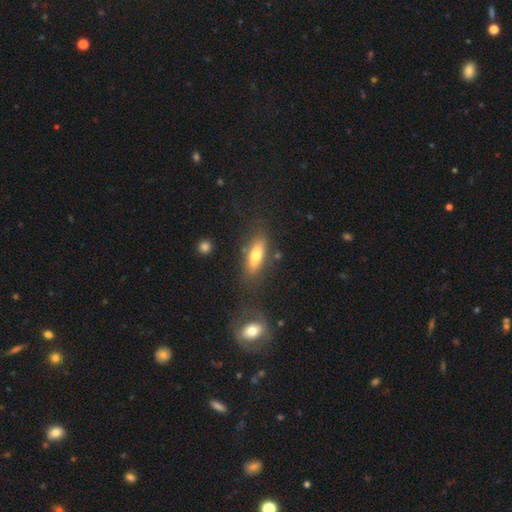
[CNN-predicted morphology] Q: Smooth or featured?
A: smooth (67%); runner-up: featured or disk (26%)
Q: How rounded?
A: in between (59%); runner-up: cigar-shaped (38%)
Q: Merging?
A: none (75%); runner-up: minor disturbance (14%)